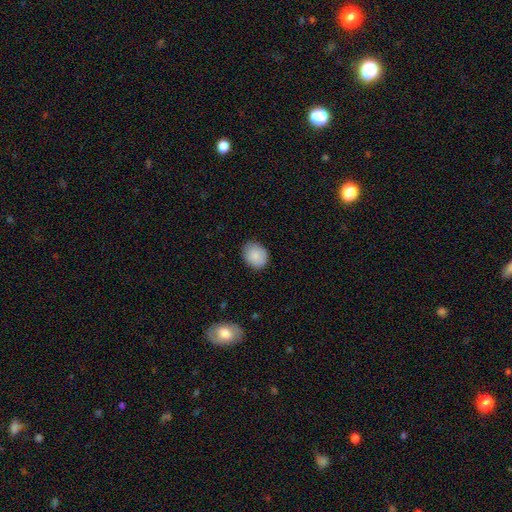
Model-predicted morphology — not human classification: This appears to be a smooth galaxy with no disk features (86%) that is round (55%). Merging: none (84%).